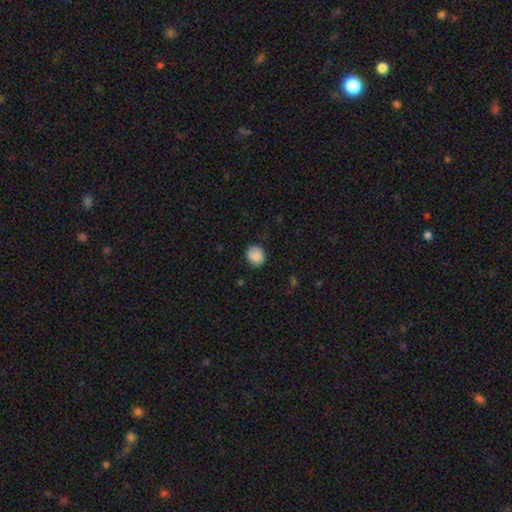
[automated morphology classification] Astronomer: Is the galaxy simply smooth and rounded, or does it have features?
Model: smooth — 88%.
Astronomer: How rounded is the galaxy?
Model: round — 76%.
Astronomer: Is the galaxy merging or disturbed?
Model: none — 82%.